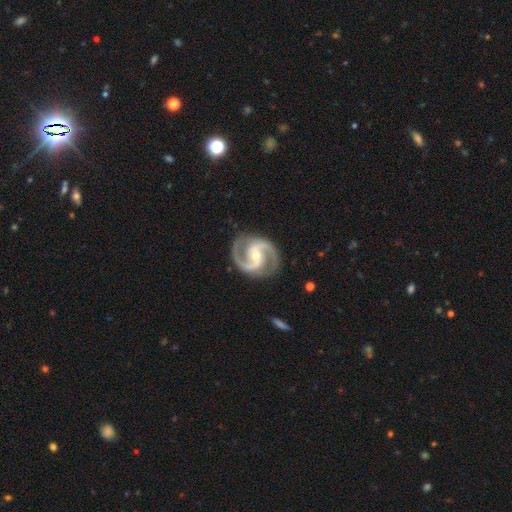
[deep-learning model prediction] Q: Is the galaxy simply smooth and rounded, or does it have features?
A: featured or disk — 94%.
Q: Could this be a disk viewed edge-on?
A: no — 98%.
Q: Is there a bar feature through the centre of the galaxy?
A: weak — 41%.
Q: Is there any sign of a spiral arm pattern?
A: yes — 99%.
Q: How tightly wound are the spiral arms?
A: medium — 67%.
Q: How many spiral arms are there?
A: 2 — 94%.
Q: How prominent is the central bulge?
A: moderate — 49%.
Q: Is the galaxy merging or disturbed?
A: none — 86%.